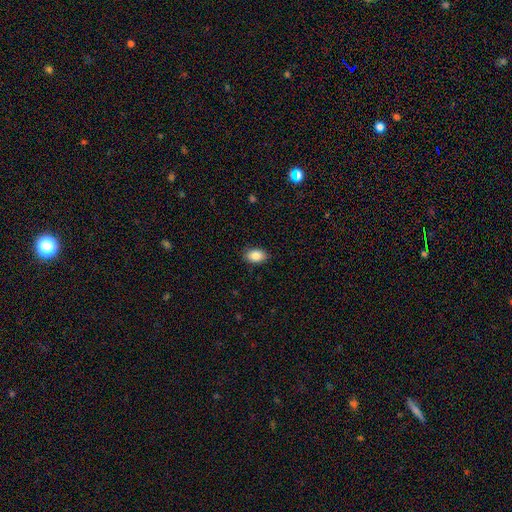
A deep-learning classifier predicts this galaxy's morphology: smooth-or-featured: smooth: 87% | star or artifact: 8% | featured or disk: 6%
  how-rounded: in between: 89% | round: 10% | cigar-shaped: 1%
  merging: none: 87% | minor disturbance: 10% | major disturbance: 2% | merger: 1%